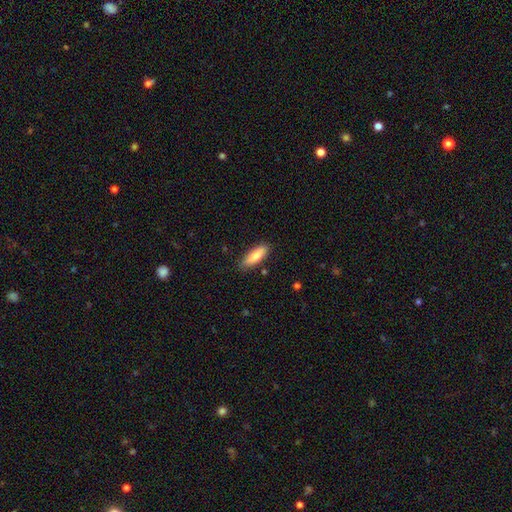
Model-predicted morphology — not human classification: A smooth galaxy with no disk features (81%) that is in between round and cigar-shaped (56%).

Vote fractions:
- Smooth or featured? smooth: 81% / featured or disk: 13% / star or artifact: 6%
- How rounded? in between: 56% / cigar-shaped: 42% / round: 2%
- Merging? none: 84% / minor disturbance: 12% / major disturbance: 2% / merger: 2%